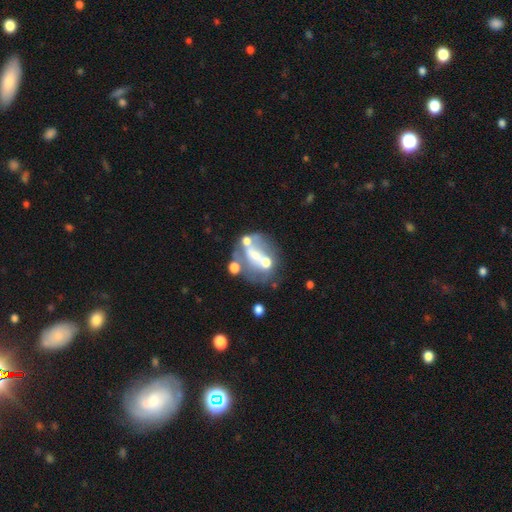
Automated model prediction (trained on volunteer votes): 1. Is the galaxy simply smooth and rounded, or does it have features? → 59% featured or disk, 27% smooth, 14% star or artifact.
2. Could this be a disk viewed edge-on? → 97% no, 3% yes.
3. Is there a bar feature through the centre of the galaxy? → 73% no, 16% weak, 11% strong.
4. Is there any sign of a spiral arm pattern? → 83% no, 17% yes.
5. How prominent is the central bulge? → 35% moderate, 29% small, 25% none, 8% large, 3% dominant.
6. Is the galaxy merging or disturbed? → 34% merger, 32% none, 20% major disturbance, 14% minor disturbance.